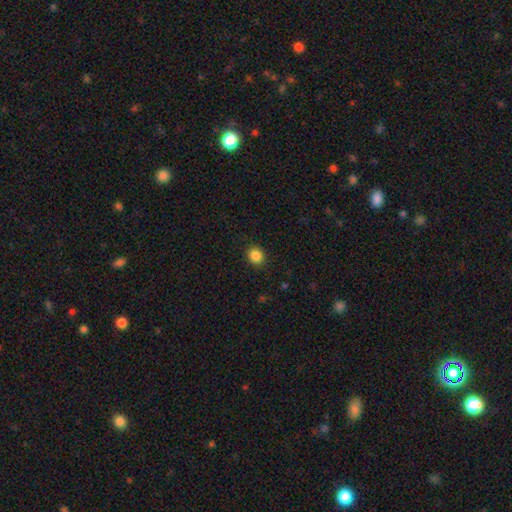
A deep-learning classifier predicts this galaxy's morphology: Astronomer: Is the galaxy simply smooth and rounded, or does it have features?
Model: smooth — 86%.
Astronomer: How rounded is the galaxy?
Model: round — 73%.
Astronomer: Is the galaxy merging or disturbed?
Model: none — 91%.